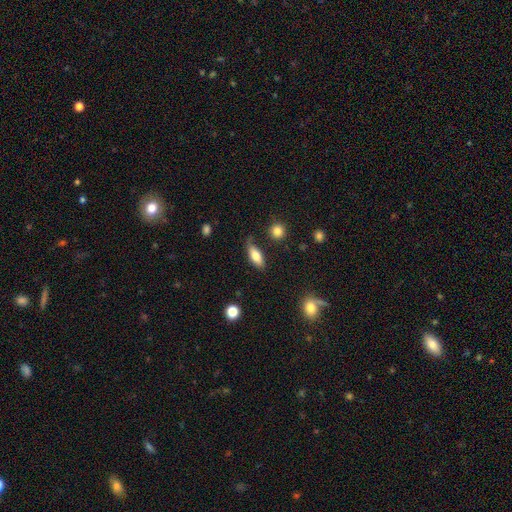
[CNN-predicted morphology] smooth 74%, featured or disk 19%, star or artifact 7%. Down the decision tree: how rounded — in between (75%); merging — none (69%).